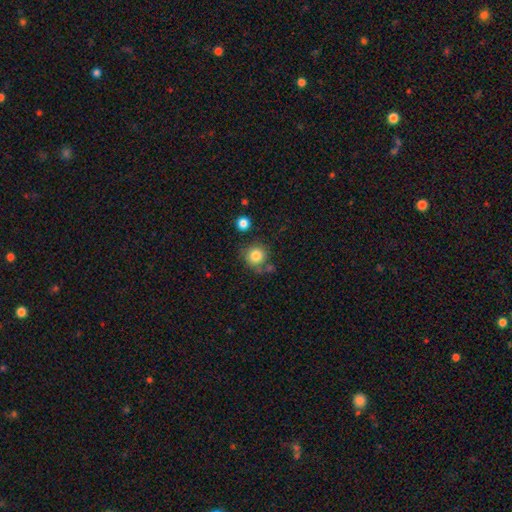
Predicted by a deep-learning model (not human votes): smooth-or-featured: smooth: 82% | star or artifact: 10% | featured or disk: 8%
  how-rounded: round: 90% | in between: 9% | cigar-shaped: 1%
  merging: none: 68% | minor disturbance: 16% | merger: 10% | major disturbance: 6%